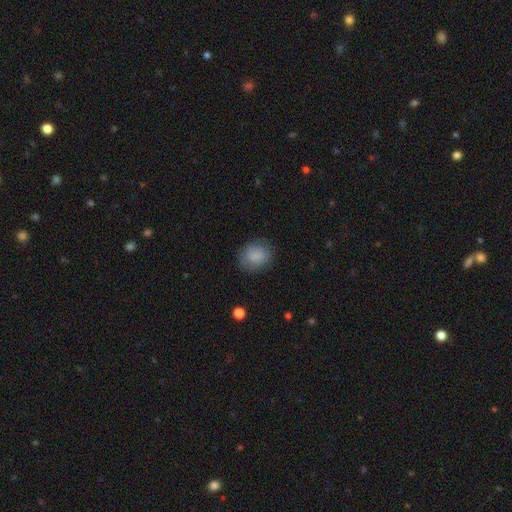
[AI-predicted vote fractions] Morphology: type=smooth (86%); roundness=round (68%); merging=none (81%).